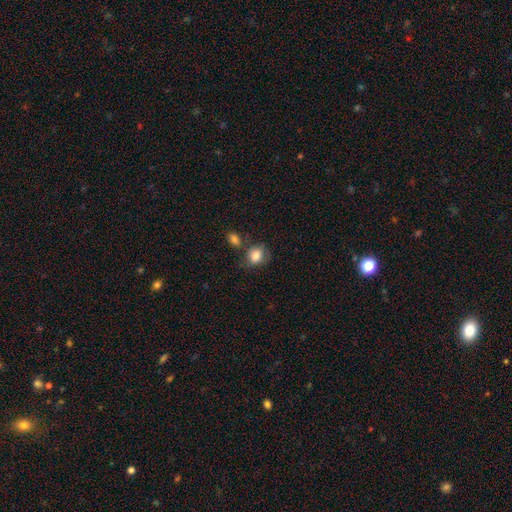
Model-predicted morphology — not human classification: This is clearly a smooth galaxy (81%). How rounded: possibly in between (56%). Merging: possibly none (54%).